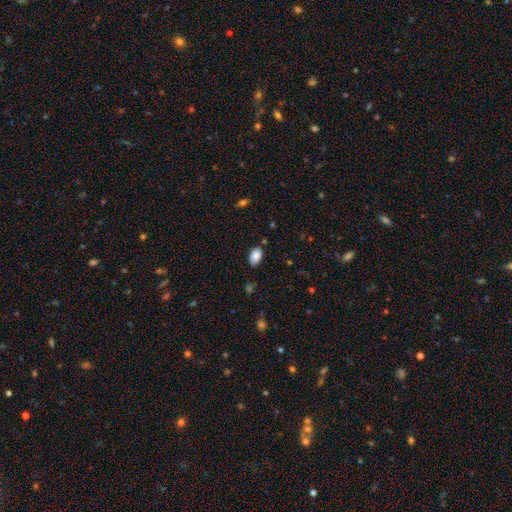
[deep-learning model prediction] A smooth galaxy with no disk features (87%) that is in between round and cigar-shaped (92%).

Vote fractions:
- Smooth or featured? smooth: 87% / star or artifact: 8% / featured or disk: 5%
- How rounded? in between: 92% / round: 7% / cigar-shaped: 1%
- Merging? none: 78% / minor disturbance: 17% / major disturbance: 3% / merger: 2%